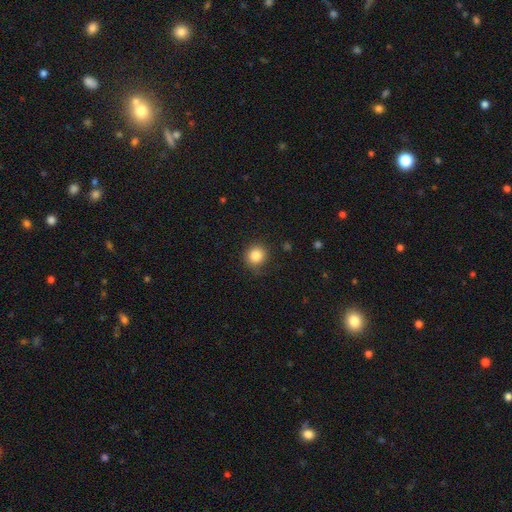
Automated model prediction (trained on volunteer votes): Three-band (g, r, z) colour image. It shows a smooth galaxy with no disk features (84%) that is round (89%). Merging: none (84%).